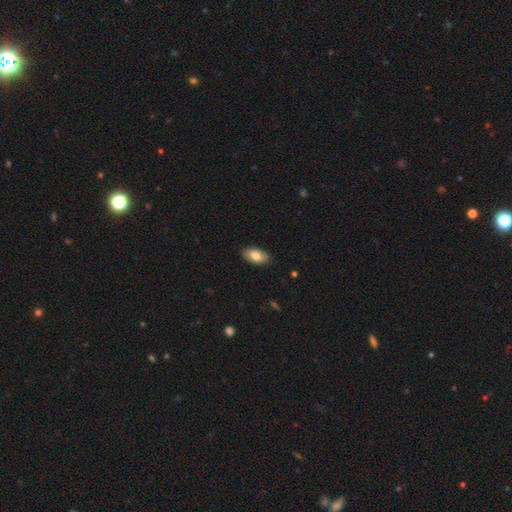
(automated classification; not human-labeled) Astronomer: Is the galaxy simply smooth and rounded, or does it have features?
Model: smooth — 81%.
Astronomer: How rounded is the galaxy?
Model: in between — 93%.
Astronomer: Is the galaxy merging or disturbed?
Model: none — 88%.